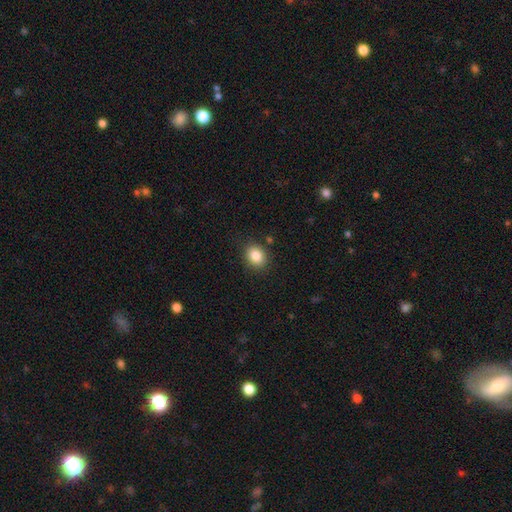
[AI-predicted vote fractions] smooth_or_featured: smooth (p=0.85) [alt: star or artifact p=0.10]
how_rounded: round (p=0.54) [alt: in between p=0.45]
merging: none (p=0.85) [alt: minor disturbance p=0.10]